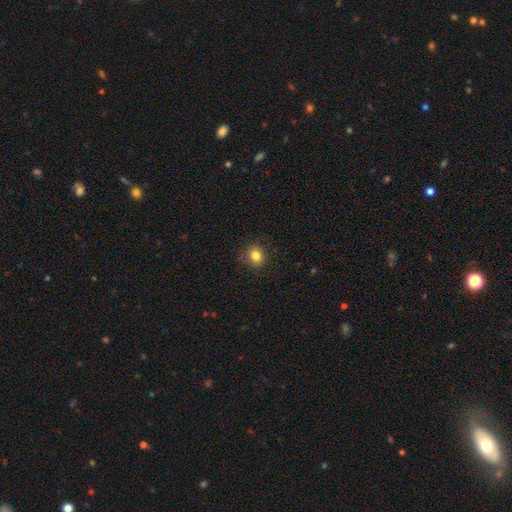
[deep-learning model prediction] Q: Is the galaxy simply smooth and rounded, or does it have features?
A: smooth — 83%.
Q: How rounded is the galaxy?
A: round — 79%.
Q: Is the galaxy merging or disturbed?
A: none — 86%.